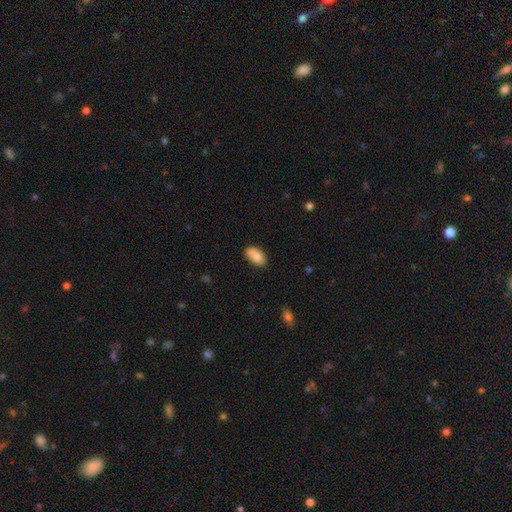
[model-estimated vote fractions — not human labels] This appears to be a smooth galaxy with no disk features (82%) that is in between round and cigar-shaped (92%). Merging: none (66%).